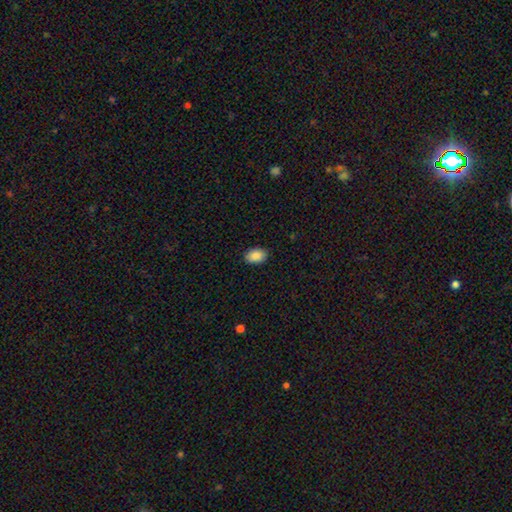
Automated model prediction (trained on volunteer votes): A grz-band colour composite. It shows a smooth galaxy with no disk features (89%) that is in between round and cigar-shaped (85%). Merging: none (89%).